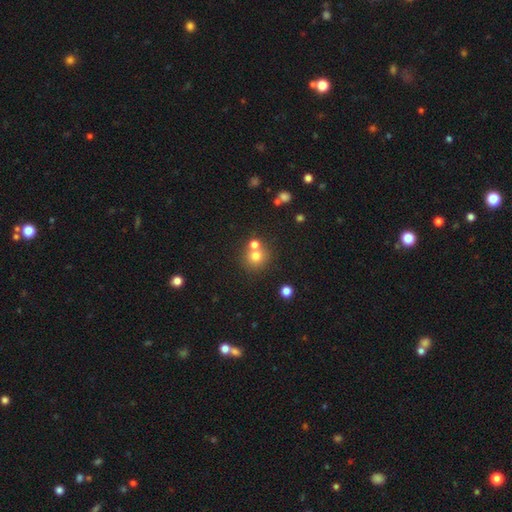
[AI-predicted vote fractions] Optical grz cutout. It shows a smooth galaxy with no disk features (74%) that is round (89%). Merging: none (60%).